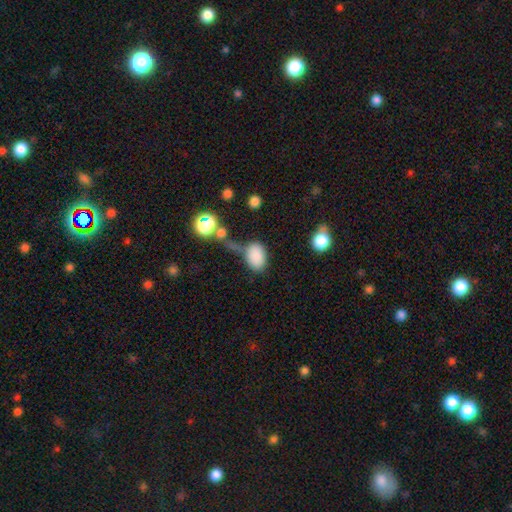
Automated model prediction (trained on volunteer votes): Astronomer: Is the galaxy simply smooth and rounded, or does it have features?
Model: smooth — 84%.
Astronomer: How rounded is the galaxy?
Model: in between — 85%.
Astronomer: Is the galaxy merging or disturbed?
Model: none — 49%.